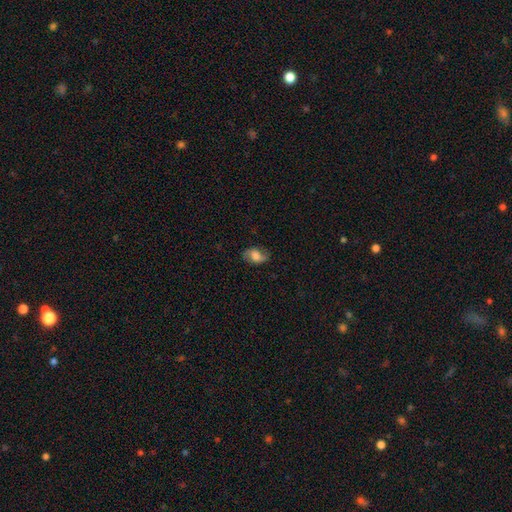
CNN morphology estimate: This appears to be a smooth galaxy with no disk features (57%) that is in between round and cigar-shaped (84%). Merging: none (76%).